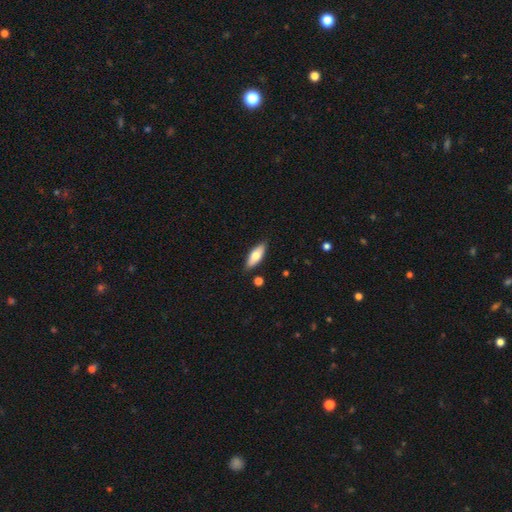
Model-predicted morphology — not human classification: Q: Smooth or featured?
A: smooth (67%); runner-up: featured or disk (27%)
Q: How rounded?
A: in between (70%); runner-up: cigar-shaped (27%)
Q: Merging?
A: none (85%); runner-up: minor disturbance (10%)